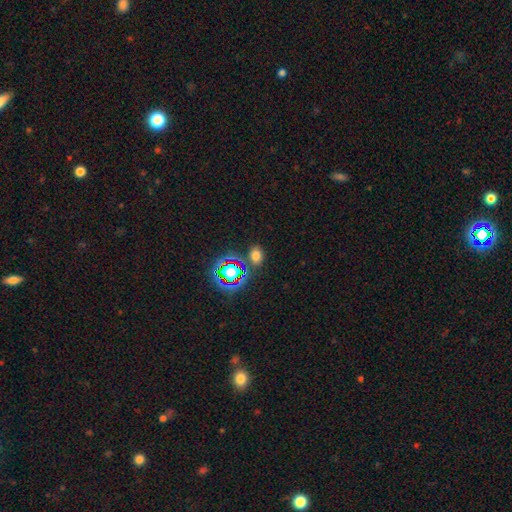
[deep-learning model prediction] Morphology: type=smooth (66%); roundness=in between (71%); merging=none (77%).